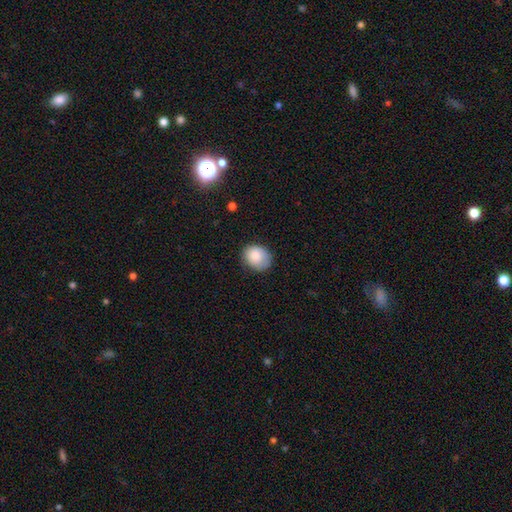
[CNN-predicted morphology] This appears to be a smooth galaxy with no disk features (84%) that is round (59%). Merging: none (74%).